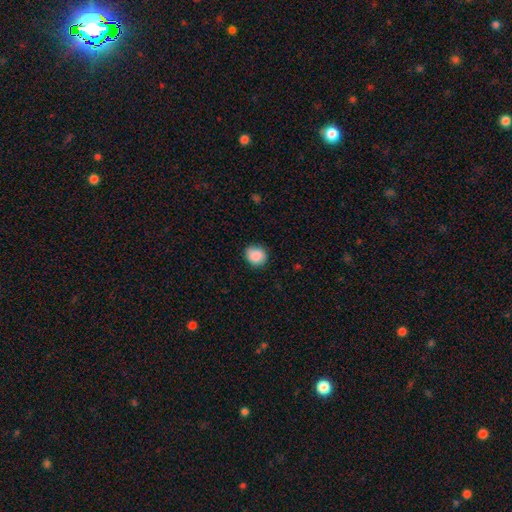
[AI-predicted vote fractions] Morphology: type=smooth (88%); roundness=round (77%); merging=none (84%).